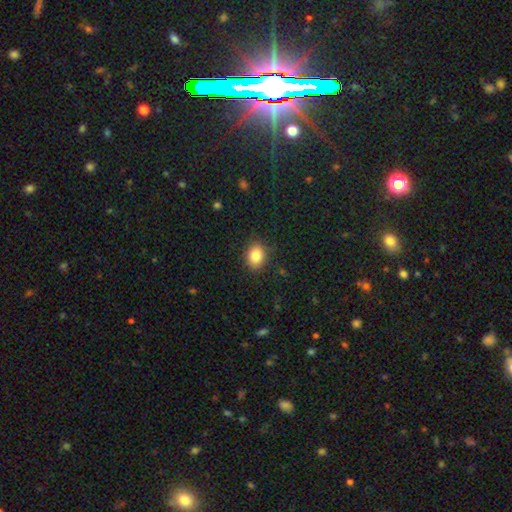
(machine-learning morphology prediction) A smooth galaxy with no disk features (84%) that is in between round and cigar-shaped (53%). Merging: none (85%).